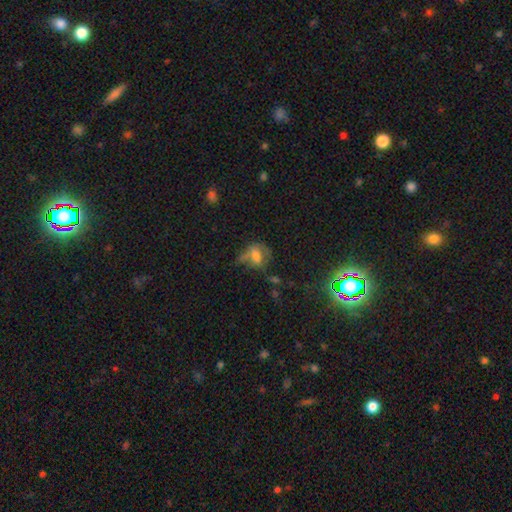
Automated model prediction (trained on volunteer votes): smooth 54%, featured or disk 30%, star or artifact 16%. Down the decision tree: how rounded — in between (53%); merging — none (36%).